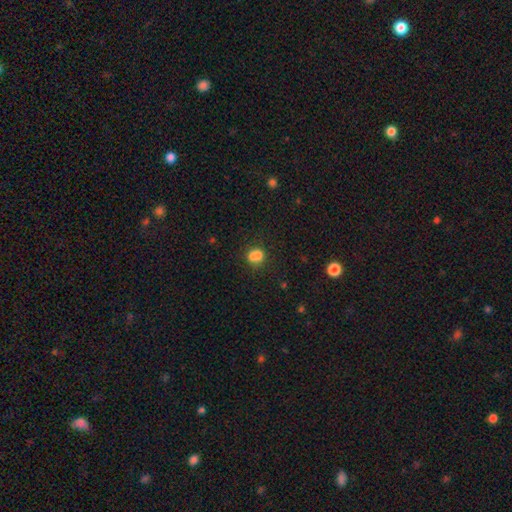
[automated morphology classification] Q: Smooth or featured?
A: smooth (81%); runner-up: star or artifact (13%)
Q: How rounded?
A: round (57%); runner-up: in between (42%)
Q: Merging?
A: none (64%); runner-up: minor disturbance (17%)